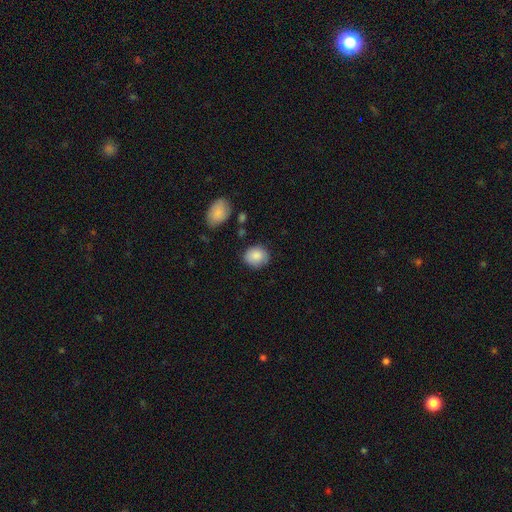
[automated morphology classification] A smooth galaxy with no disk features (86%) that is round (67%).

Vote fractions:
- Smooth or featured? smooth: 86% / star or artifact: 7% / featured or disk: 6%
- How rounded? round: 67% / in between: 32% / cigar-shaped: 1%
- Merging? none: 79% / minor disturbance: 15% / major disturbance: 3% / merger: 2%